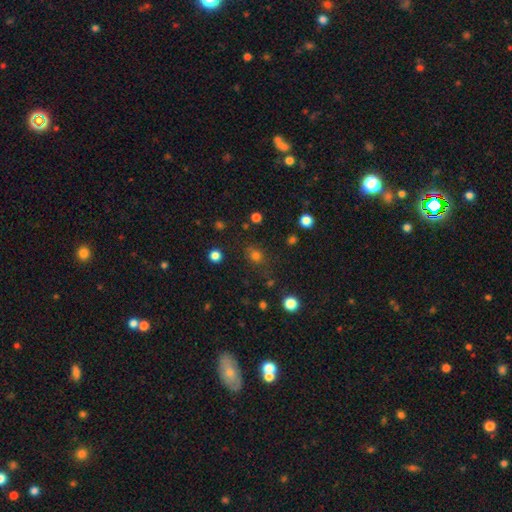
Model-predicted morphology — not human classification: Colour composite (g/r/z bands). It shows a smooth galaxy with no disk features (73%) that is round (63%). Merging: none (76%).